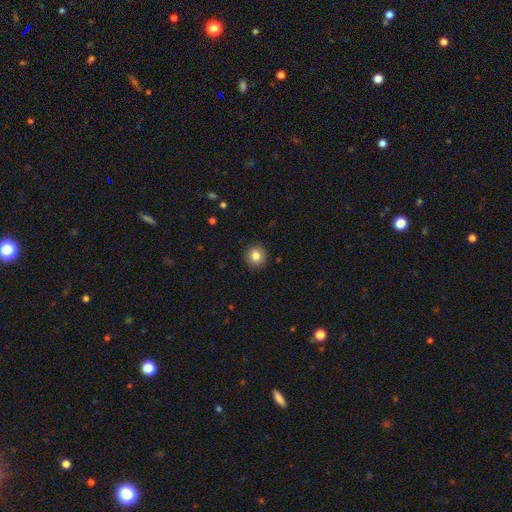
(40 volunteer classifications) Volunteers were most divided on "smooth or featured": smooth: 85%, featured or disk: 8%, star or artifact: 8%. More confident: how rounded — round (100%); merging — none (95%).